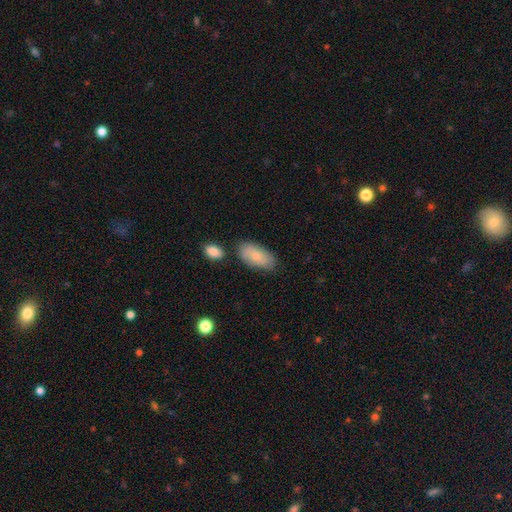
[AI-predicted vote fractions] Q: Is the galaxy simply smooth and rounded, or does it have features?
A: smooth — 77%.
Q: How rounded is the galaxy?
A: in between — 93%.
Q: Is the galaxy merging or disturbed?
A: none — 74%.